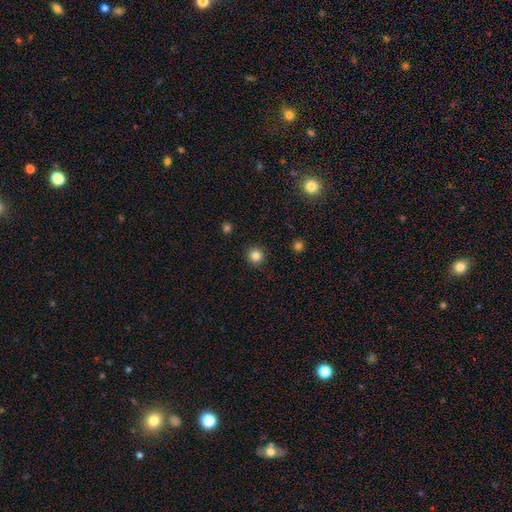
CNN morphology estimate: smooth_or_featured: smooth (p=0.83) [alt: star or artifact p=0.12]
how_rounded: round (p=0.95) [alt: in between p=0.04]
merging: none (p=0.92) [alt: minor disturbance p=0.05]